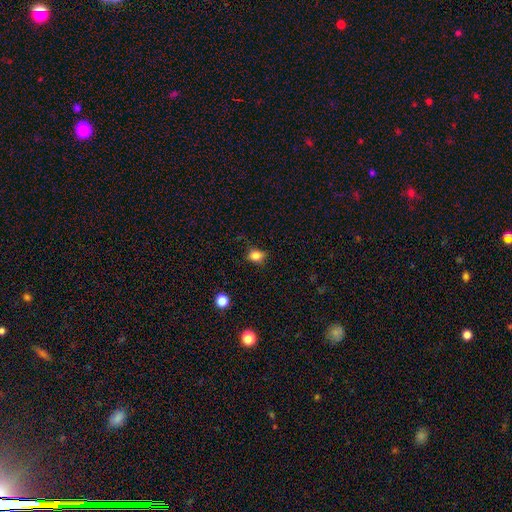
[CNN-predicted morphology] This appears to be a smooth galaxy with no disk features (83%) that is round (53%). Merging: none (77%).